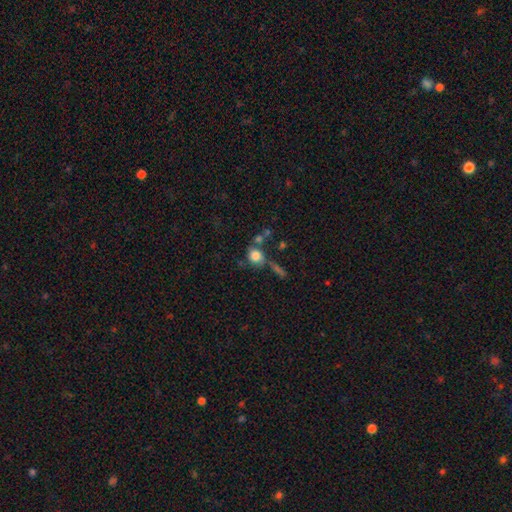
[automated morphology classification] smooth-or-featured: smooth: 79% | featured or disk: 11% | star or artifact: 10%
  how-rounded: round: 72% | in between: 26% | cigar-shaped: 2%
  merging: none: 48% | merger: 23% | minor disturbance: 17% | major disturbance: 12%